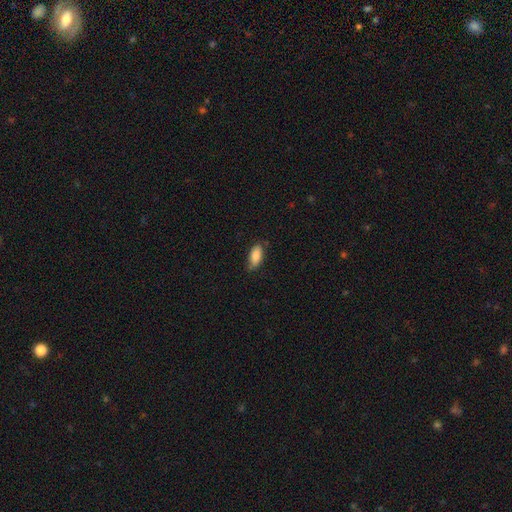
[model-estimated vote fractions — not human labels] Overall: smooth (86%). How rounded: in between (90%). Merging: none (73%).